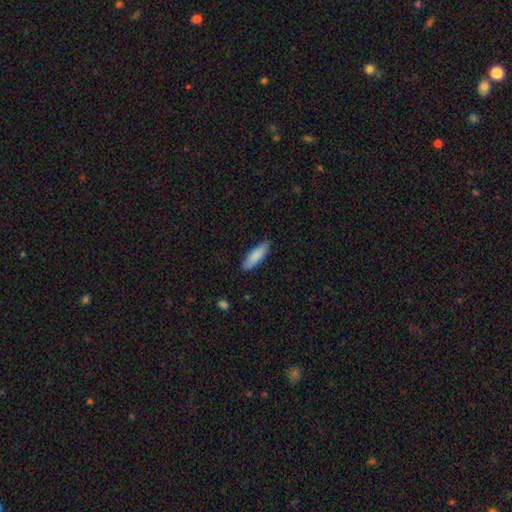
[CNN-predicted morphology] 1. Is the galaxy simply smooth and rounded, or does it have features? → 85% smooth, 10% featured or disk, 5% star or artifact.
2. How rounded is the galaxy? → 56% cigar-shaped, 43% in between, 1% round.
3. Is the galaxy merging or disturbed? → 84% none, 13% minor disturbance, 2% major disturbance, 1% merger.